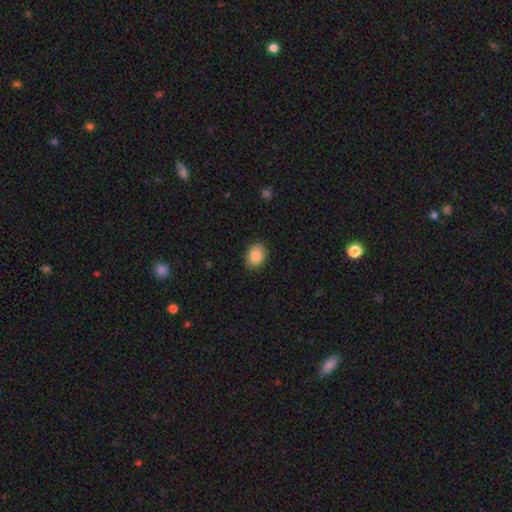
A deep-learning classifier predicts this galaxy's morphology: Q: Smooth or featured?
A: smooth (88%); runner-up: star or artifact (7%)
Q: How rounded?
A: in between (67%); runner-up: round (32%)
Q: Merging?
A: none (85%); runner-up: minor disturbance (12%)